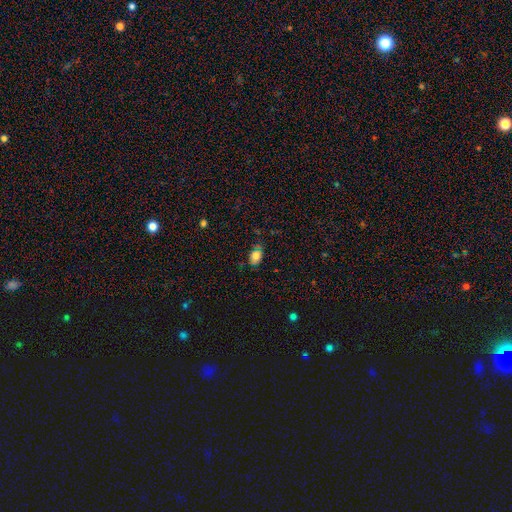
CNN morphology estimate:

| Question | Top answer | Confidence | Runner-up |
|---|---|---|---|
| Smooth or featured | smooth | 75% | featured or disk (15%) |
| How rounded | in between | 84% | round (14%) |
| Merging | none | 74% | minor disturbance (20%) |